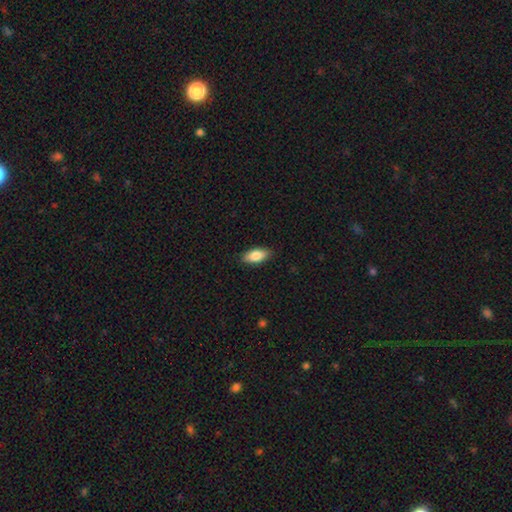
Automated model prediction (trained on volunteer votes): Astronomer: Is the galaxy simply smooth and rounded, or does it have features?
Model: smooth — 83%.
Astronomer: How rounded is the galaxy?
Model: in between — 89%.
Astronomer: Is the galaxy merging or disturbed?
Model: none — 88%.